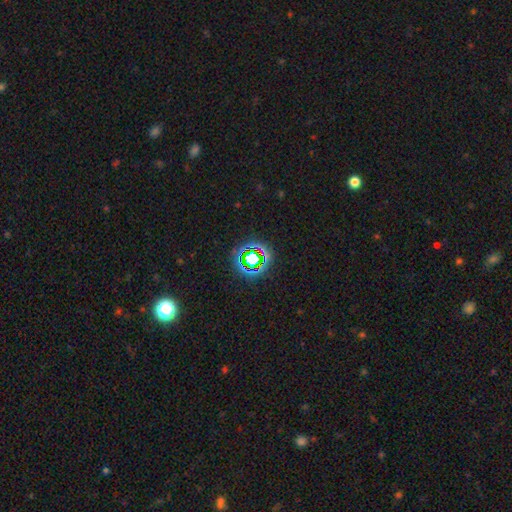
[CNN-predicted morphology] A star or artifact, not a galaxy (68%).